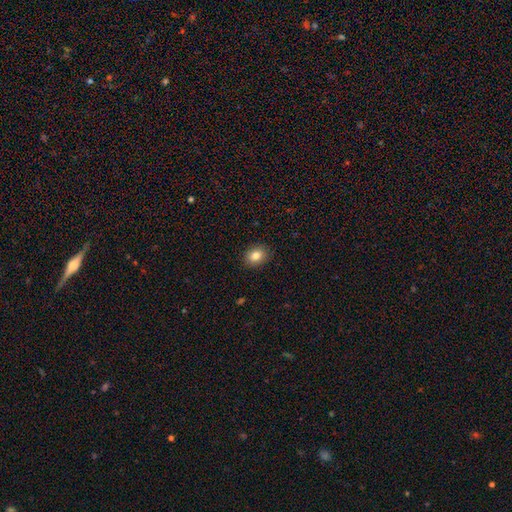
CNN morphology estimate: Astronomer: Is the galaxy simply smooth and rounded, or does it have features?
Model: smooth — 82%.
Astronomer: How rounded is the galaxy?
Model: in between — 53% (runner-up: round, 46%).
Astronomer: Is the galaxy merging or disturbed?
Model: none — 90%.